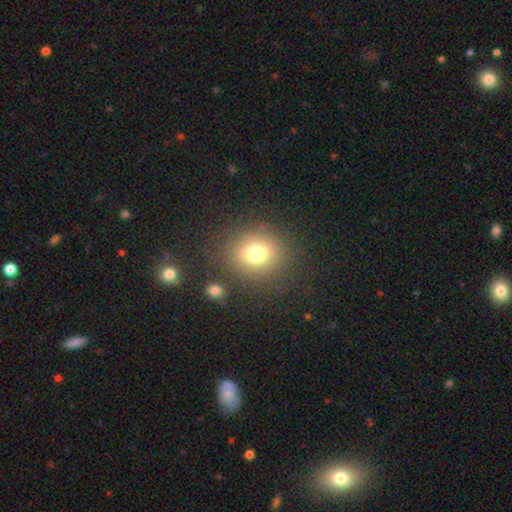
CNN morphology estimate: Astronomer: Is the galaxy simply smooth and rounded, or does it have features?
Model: smooth — 75%.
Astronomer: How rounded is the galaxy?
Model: round — 77%.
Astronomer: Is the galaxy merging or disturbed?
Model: none — 81%.